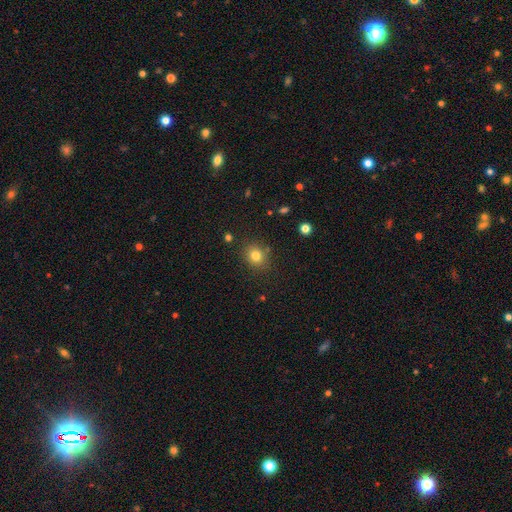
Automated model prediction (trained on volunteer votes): smooth_or_featured: smooth (p=0.80) [alt: star or artifact p=0.13]
how_rounded: round (p=0.76) [alt: in between p=0.24]
merging: none (p=0.85) [alt: minor disturbance p=0.10]